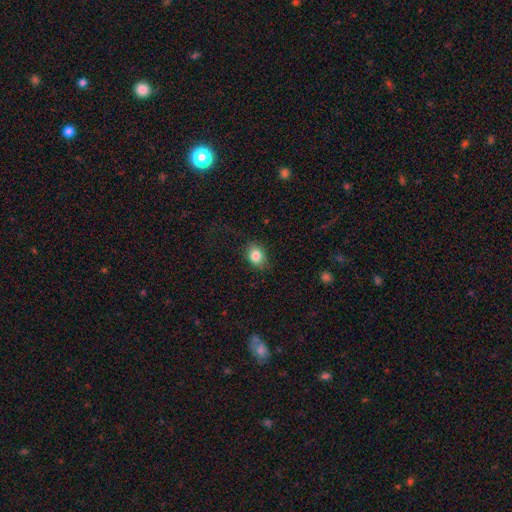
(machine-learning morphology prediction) Overall: smooth (85%). How rounded: in between (57%; round 42%). Merging: none (82%).